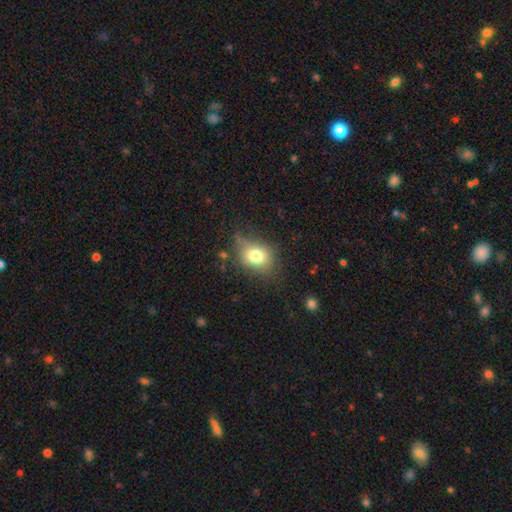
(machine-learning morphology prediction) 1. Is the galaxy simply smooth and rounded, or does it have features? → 75% smooth, 13% featured or disk, 12% star or artifact.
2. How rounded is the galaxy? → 56% in between, 42% round, 1% cigar-shaped.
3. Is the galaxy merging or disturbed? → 66% none, 23% minor disturbance, 8% major disturbance, 3% merger.